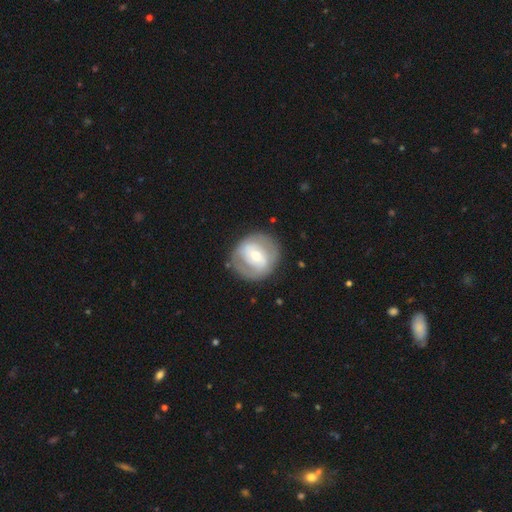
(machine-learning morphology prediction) Smooth or featured? Predicted: featured or disk (p=0.59). Edge-on disk? Predicted: no (p=0.97). Bar? Predicted: no (p=0.43). Spiral arms? Predicted: yes (p=0.54). Bulge size? Predicted: moderate (p=0.52). Merging? Predicted: none (p=0.78).